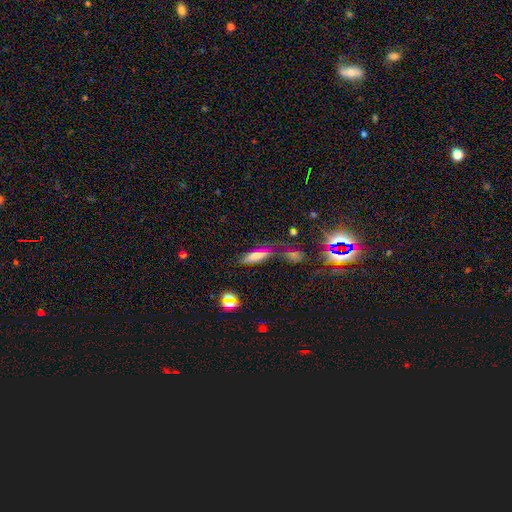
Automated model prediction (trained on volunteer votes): This appears to be a smooth galaxy with no disk features (68%) that is cigar-shaped (52%). Merging: none (55%).